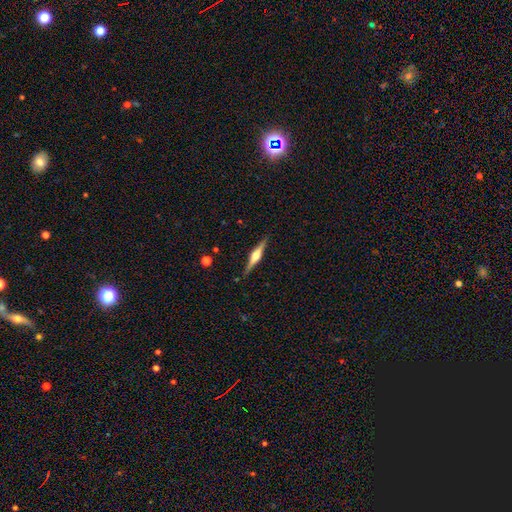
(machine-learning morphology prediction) Q: Smooth or featured?
A: featured or disk (77%); runner-up: smooth (18%)
Q: Edge-on disk?
A: yes (98%); runner-up: no (2%)
Q: Edge-on bulge?
A: rounded (91%); runner-up: boxy (7%)
Q: Merging?
A: none (89%); runner-up: minor disturbance (8%)